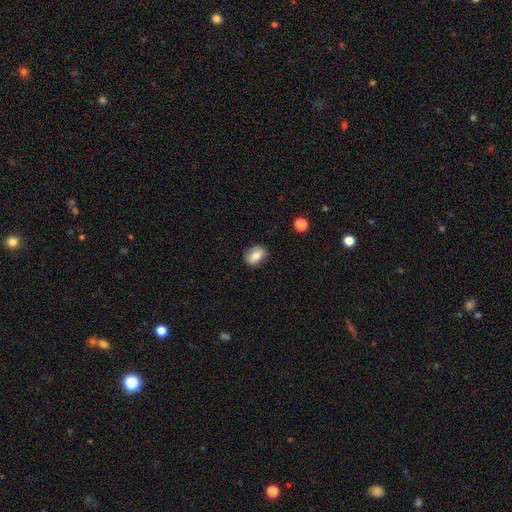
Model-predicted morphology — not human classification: smooth-or-featured: smooth: 69% | featured or disk: 23% | star or artifact: 9%
  how-rounded: in between: 69% | round: 29% | cigar-shaped: 2%
  merging: none: 81% | minor disturbance: 14% | major disturbance: 3% | merger: 1%